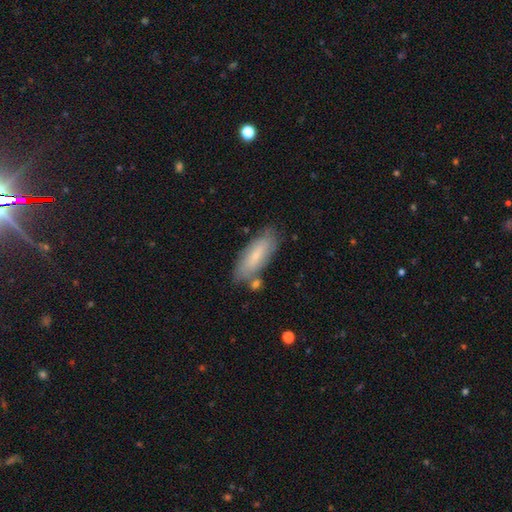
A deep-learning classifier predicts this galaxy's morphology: This appears to be a smooth galaxy with no disk features (62%) that is in between round and cigar-shaped (67%). Merging: none (72%).